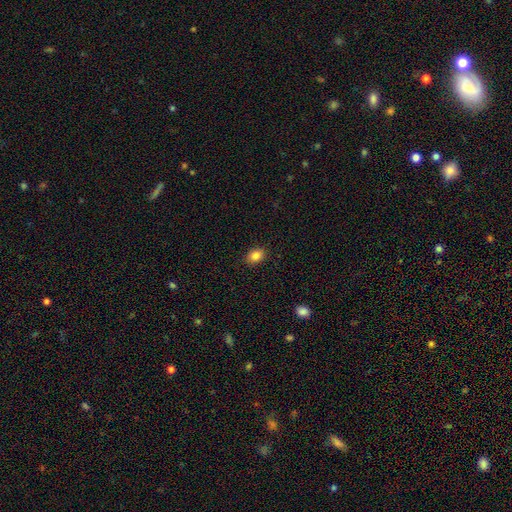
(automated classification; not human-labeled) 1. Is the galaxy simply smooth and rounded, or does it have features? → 84% smooth, 10% star or artifact, 6% featured or disk.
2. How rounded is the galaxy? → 63% in between, 36% round, 1% cigar-shaped.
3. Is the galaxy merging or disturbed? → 89% none, 8% minor disturbance, 2% major disturbance, 1% merger.